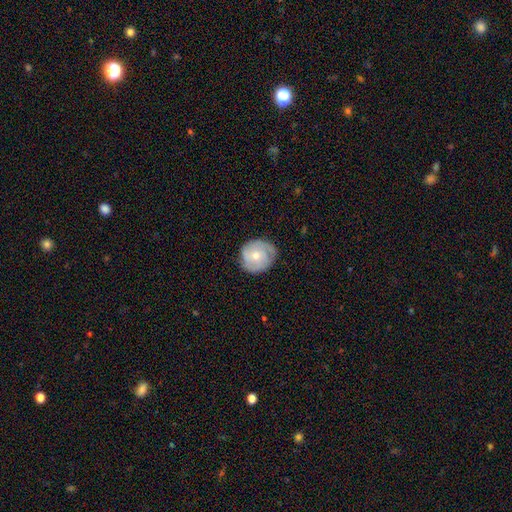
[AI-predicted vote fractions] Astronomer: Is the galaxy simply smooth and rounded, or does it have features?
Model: featured or disk — 54% (runner-up: smooth, 40%).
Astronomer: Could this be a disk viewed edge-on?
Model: no — 97%.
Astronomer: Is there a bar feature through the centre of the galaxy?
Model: no — 78%.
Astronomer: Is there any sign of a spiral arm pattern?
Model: yes — 79%.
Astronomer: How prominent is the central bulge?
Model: moderate — 53% (runner-up: small, 42%).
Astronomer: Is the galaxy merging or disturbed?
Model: none — 74%.